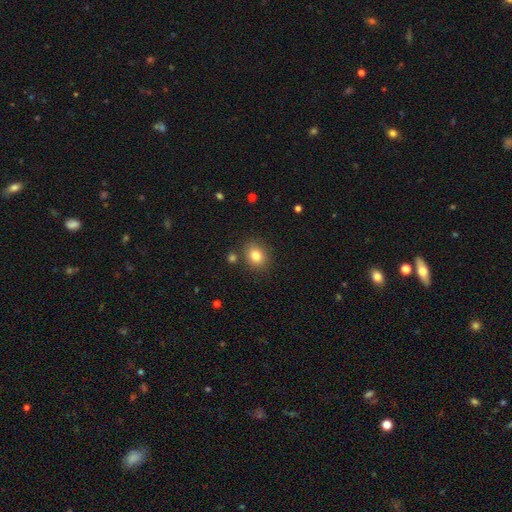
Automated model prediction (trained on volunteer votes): Smooth or featured? smooth (81%)
How rounded? round (58%)
Merging? none (82%)